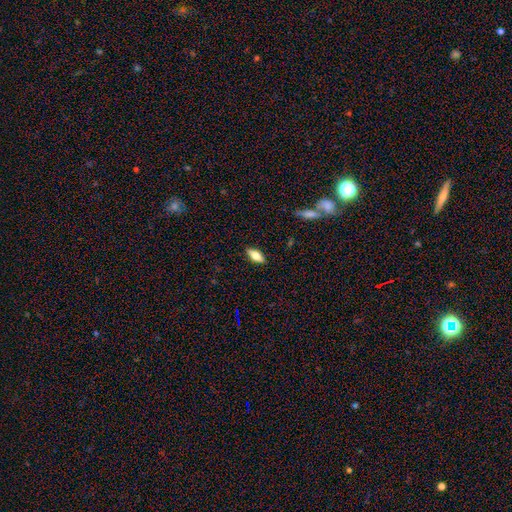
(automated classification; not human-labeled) Morphology: type=smooth (58%); roundness=in between (74%); merging=none (88%).